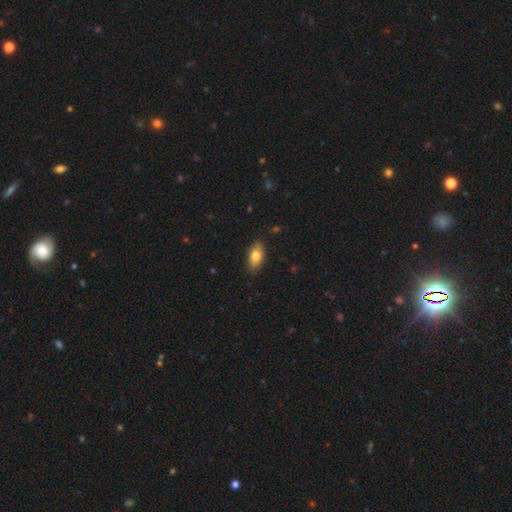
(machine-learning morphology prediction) smooth_or_featured: smooth (p=0.76) [alt: featured or disk p=0.17]
how_rounded: in between (p=0.88) [alt: cigar-shaped p=0.08]
merging: none (p=0.87) [alt: minor disturbance p=0.10]